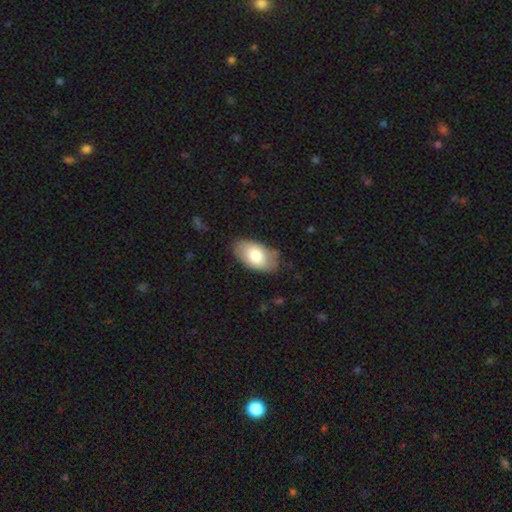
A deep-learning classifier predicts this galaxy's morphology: A smooth galaxy with no disk features (77%) that is in between round and cigar-shaped (94%).

Vote fractions:
- Smooth or featured? smooth: 77% / featured or disk: 17% / star or artifact: 6%
- How rounded? in between: 94% / round: 4% / cigar-shaped: 1%
- Merging? none: 76% / minor disturbance: 18% / major disturbance: 4% / merger: 2%